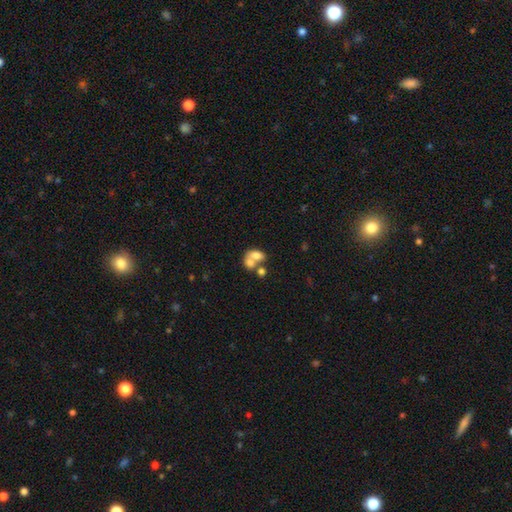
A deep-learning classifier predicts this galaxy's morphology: Smooth or featured: smooth — 68% (featured or disk — 21%)
How rounded: in between — 73% (round — 26%)
Merging: merger — 65% (none — 21%)